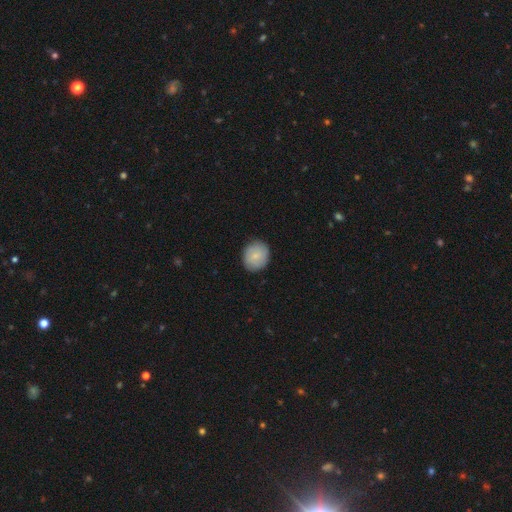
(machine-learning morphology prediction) smooth-or-featured: smooth: 81% | featured or disk: 13% | star or artifact: 6%
  how-rounded: round: 69% | in between: 30% | cigar-shaped: 1%
  merging: none: 86% | minor disturbance: 11% | major disturbance: 2% | merger: 1%